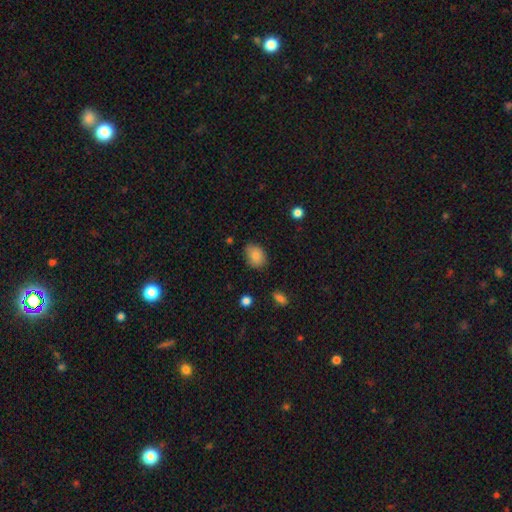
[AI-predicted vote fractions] A smooth galaxy with no disk features (83%) that is in between round and cigar-shaped (64%). Merging: none (75%).